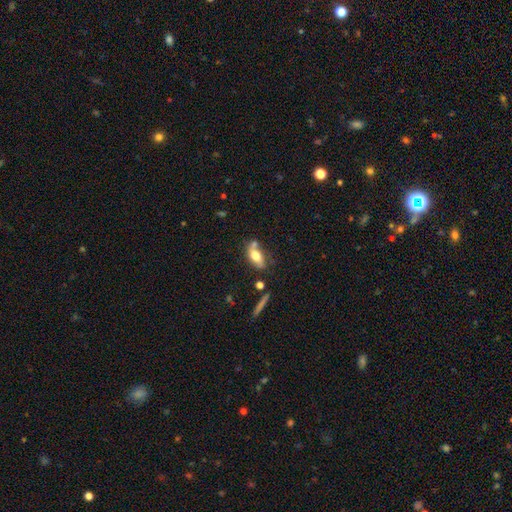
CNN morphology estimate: This appears to be a smooth galaxy with no disk features (66%) that is in between round and cigar-shaped (81%). Merging: none (50%).